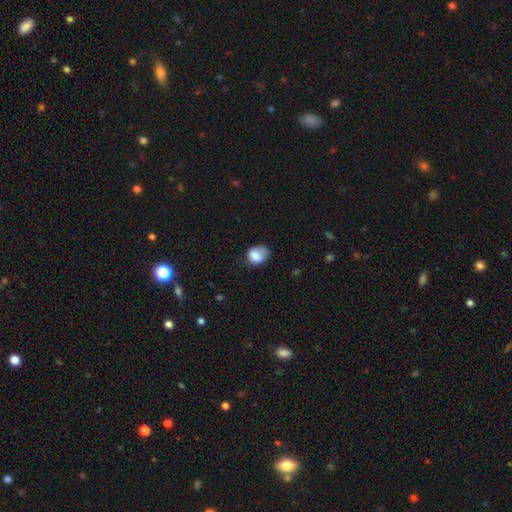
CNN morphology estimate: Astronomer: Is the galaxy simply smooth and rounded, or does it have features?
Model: smooth — 78%.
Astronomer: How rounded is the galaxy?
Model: in between — 58% (runner-up: round, 41%).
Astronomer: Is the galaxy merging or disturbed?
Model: none — 45% (runner-up: minor disturbance, 36%).